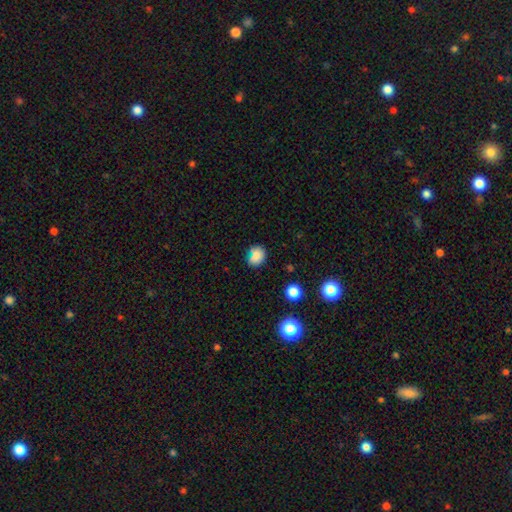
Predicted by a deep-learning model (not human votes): Smooth or featured?
  - smooth: 81% *
  - star or artifact: 12%
  - featured or disk: 7%
How rounded?
  - round: 63% *
  - in between: 36%
  - cigar-shaped: 1%
Merging?
  - none: 63% *
  - minor disturbance: 22%
  - merger: 10%
  - major disturbance: 6%